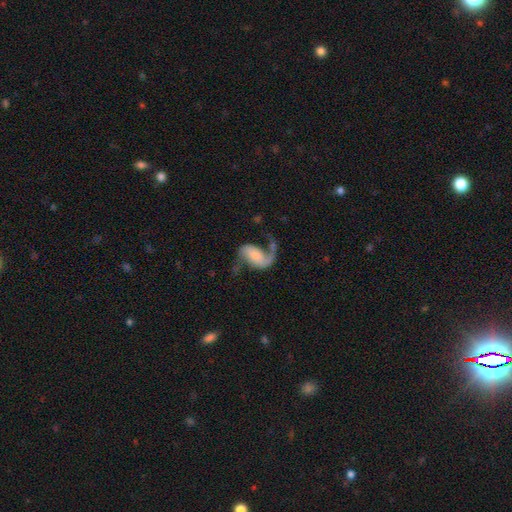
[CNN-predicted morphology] Smooth or featured?
  - featured or disk: 80% *
  - smooth: 14%
  - star or artifact: 6%
Edge-on disk?
  - no: 97% *
  - yes: 3%
Bar?
  - no: 46% *
  - weak: 34%
  - strong: 20%
Spiral arms?
  - yes: 94% *
  - no: 6%
Spiral winding?
  - loose: 71% *
  - medium: 23%
  - tight: 6%
Spiral arm count?
  - 2: 66% *
  - 1: 30%
  - can't tell: 2%
  - 3: 1%
  - 4: 1%
  - more than 4: 1%
Bulge size?
  - small: 38% *
  - moderate: 23%
  - none: 22%
  - large: 12%
  - dominant: 4%
Merging?
  - none: 47% *
  - major disturbance: 31%
  - minor disturbance: 17%
  - merger: 5%